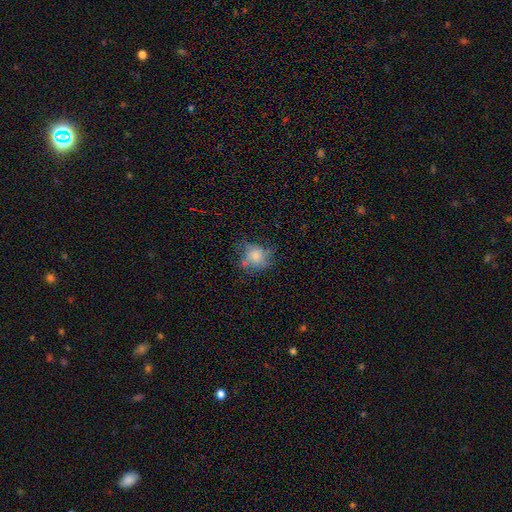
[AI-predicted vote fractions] Overall: smooth (65%; featured or disk 25%). How rounded: round (66%; in between 33%). Merging: none (50%; minor disturbance 28%).